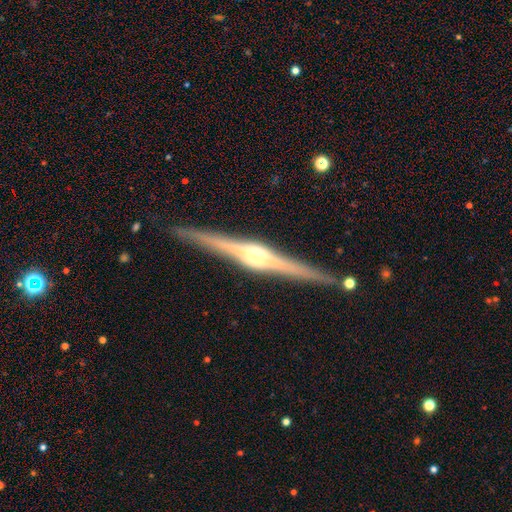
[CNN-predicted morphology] Q: Smooth or featured?
A: featured or disk (86%); runner-up: smooth (9%)
Q: Edge-on disk?
A: yes (98%); runner-up: no (2%)
Q: Edge-on bulge?
A: rounded (88%); runner-up: boxy (10%)
Q: Merging?
A: none (89%); runner-up: minor disturbance (8%)